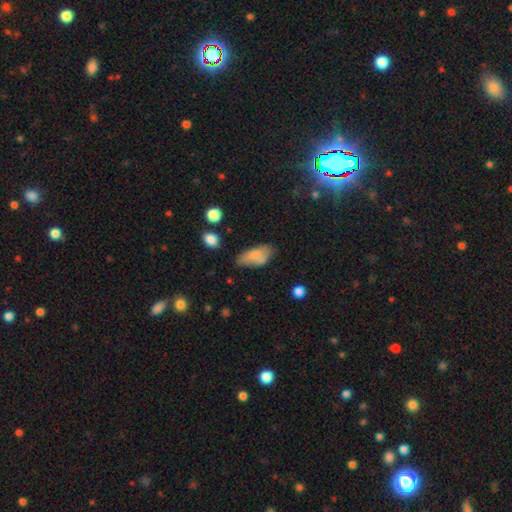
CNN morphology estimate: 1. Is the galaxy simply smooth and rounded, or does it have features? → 75% smooth, 18% featured or disk, 8% star or artifact.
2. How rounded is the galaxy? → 88% in between, 9% cigar-shaped, 3% round.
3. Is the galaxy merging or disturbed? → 54% none, 27% minor disturbance, 11% merger, 9% major disturbance.